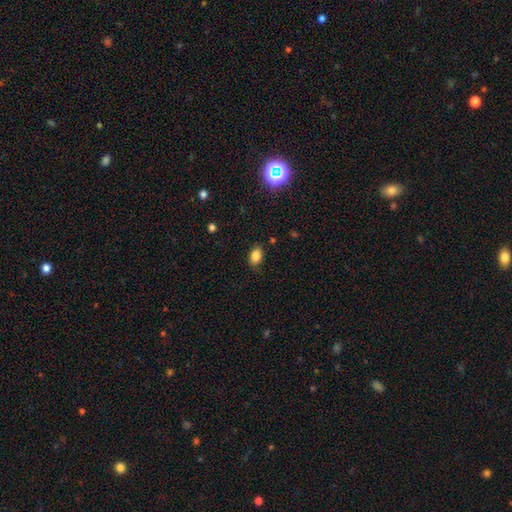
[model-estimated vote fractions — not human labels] A smooth galaxy with no disk features (85%) that is in between round and cigar-shaped (85%). Merging: none (82%).